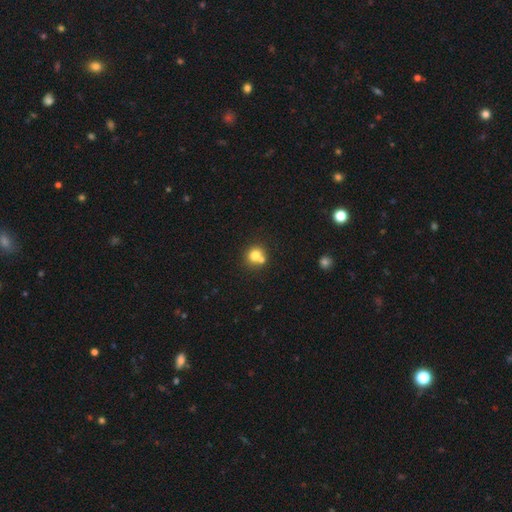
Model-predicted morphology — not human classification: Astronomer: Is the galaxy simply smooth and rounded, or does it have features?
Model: smooth — 76%.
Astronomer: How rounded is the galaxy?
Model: round — 87%.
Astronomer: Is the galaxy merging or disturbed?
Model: none — 54% (runner-up: merger, 36%).